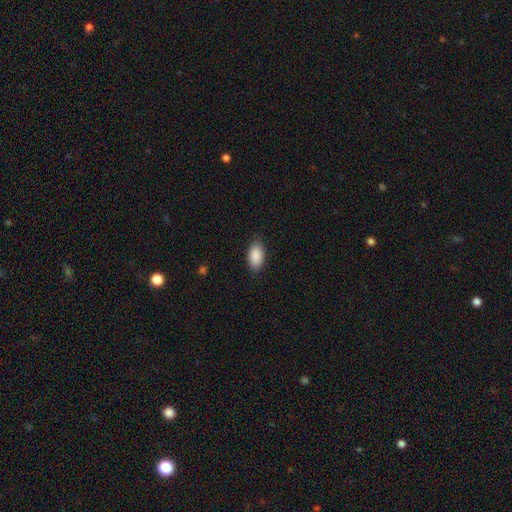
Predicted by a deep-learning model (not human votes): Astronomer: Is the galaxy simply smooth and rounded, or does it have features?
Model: smooth — 90%.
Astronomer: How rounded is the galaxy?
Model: in between — 94%.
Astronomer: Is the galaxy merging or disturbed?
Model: none — 87%.